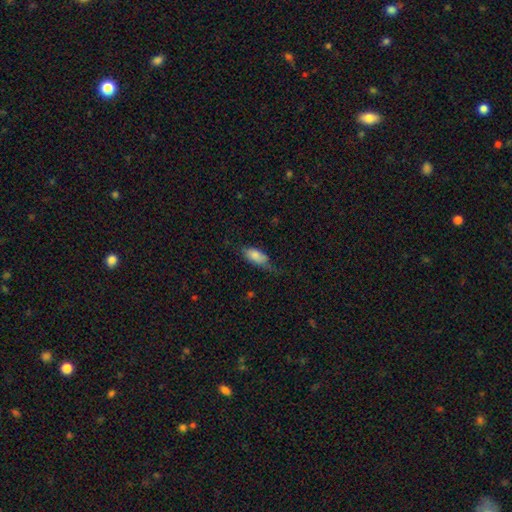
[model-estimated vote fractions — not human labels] Q: Smooth or featured?
A: smooth (79%); runner-up: featured or disk (14%)
Q: How rounded?
A: in between (85%); runner-up: cigar-shaped (12%)
Q: Merging?
A: none (44%); runner-up: minor disturbance (36%)